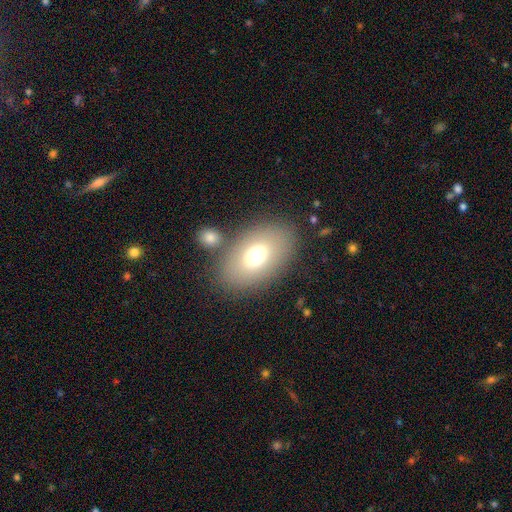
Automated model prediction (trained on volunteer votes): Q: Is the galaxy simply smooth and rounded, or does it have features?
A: smooth — 72%.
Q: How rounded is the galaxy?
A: in between — 88%.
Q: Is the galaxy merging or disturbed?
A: none — 74%.